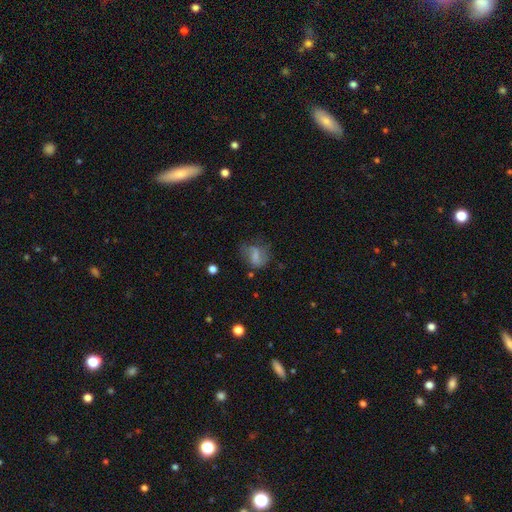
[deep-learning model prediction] Smooth or featured? Predicted: smooth (p=0.52). How rounded? Predicted: in between (p=0.64). Merging? Predicted: none (p=0.42).